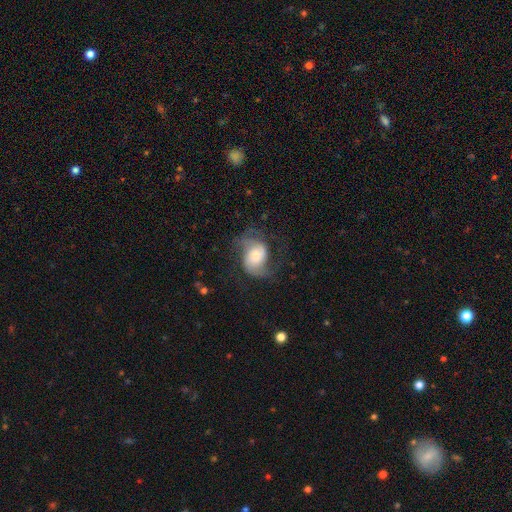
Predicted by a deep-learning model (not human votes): A featured or disk galaxy (70%) with no bar (57%), 2 (82%) medium (45%) spiral arms (93%) and a moderate central bulge (38%).

Vote fractions:
- Smooth or featured? featured or disk: 70% / smooth: 23% / star or artifact: 7%
- Edge-on disk? no: 98% / yes: 2%
- Bar? no: 57% / weak: 35% / strong: 8%
- Spiral arms? yes: 93% / no: 7%
- Spiral winding? medium: 45% / loose: 39% / tight: 16%
- Spiral arm count? 2: 82% / can't tell: 7% / 1: 5% / 3: 3% / 4: 1% / more than 4: 1%
- Bulge size? moderate: 38% / small: 28% / large: 22% / none: 7% / dominant: 5%
- Merging? none: 55% / major disturbance: 22% / minor disturbance: 21% / merger: 2%